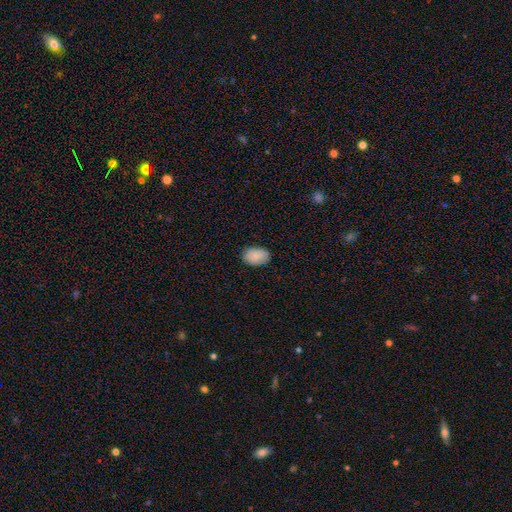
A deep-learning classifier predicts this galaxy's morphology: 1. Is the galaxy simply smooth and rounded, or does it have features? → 88% smooth, 7% star or artifact, 5% featured or disk.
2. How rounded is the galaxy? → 86% in between, 13% round, 1% cigar-shaped.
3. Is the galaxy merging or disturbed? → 84% none, 13% minor disturbance, 2% major disturbance, 1% merger.